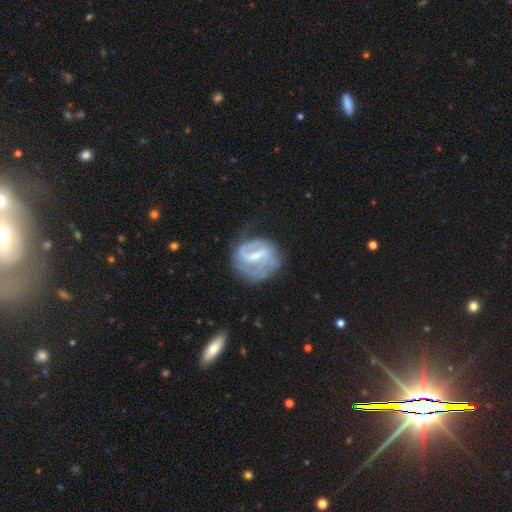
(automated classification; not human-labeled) Smooth or featured? Predicted: featured or disk (p=0.77). Edge-on disk? Predicted: no (p=0.97). Bar? Predicted: strong (p=0.46). Spiral arms? Predicted: yes (p=0.81). Spiral winding? Predicted: tight (p=0.41). Spiral arm count? Predicted: 2 (p=0.52). Bulge size? Predicted: small (p=0.41, tied with moderate). Merging? Predicted: none (p=0.58).